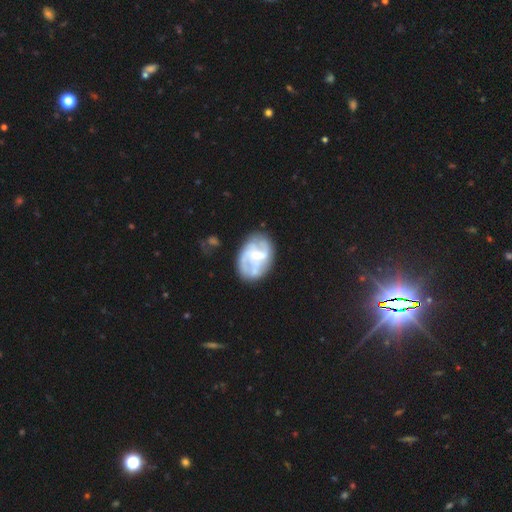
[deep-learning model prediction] Morphology: type=featured or disk (70%); edge-on=no (97%); bar=weak (44%); spiral arms=yes (70%); bulge=small (41%); merging=none (59%).